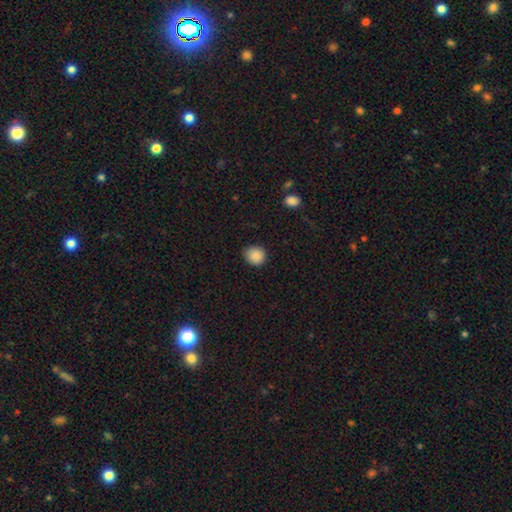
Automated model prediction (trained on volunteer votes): smooth 88%, star or artifact 9%, featured or disk 4%. Down the decision tree: how rounded — round (87%); merging — none (88%).